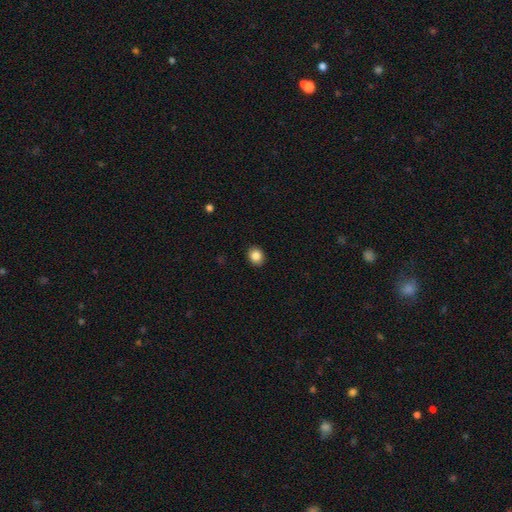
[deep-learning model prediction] This is clearly a smooth galaxy (86%). How rounded: likely round (65%). Merging: clearly none (91%).